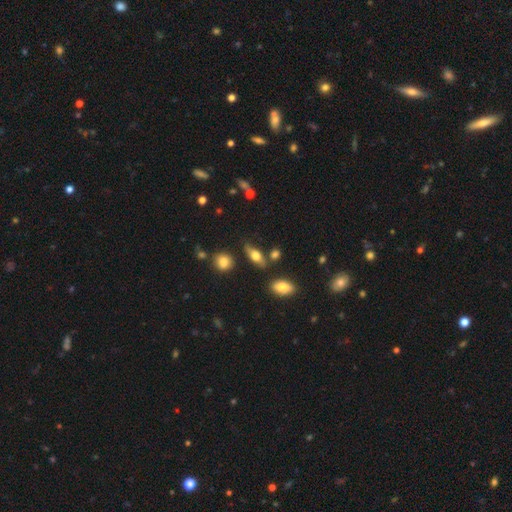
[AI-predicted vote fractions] A smooth galaxy with no disk features (60%) that is in between round and cigar-shaped (71%).

Vote fractions:
- Smooth or featured? smooth: 60% / featured or disk: 31% / star or artifact: 9%
- How rounded? in between: 71% / cigar-shaped: 22% / round: 8%
- Merging? none: 70% / minor disturbance: 18% / merger: 6% / major disturbance: 5%